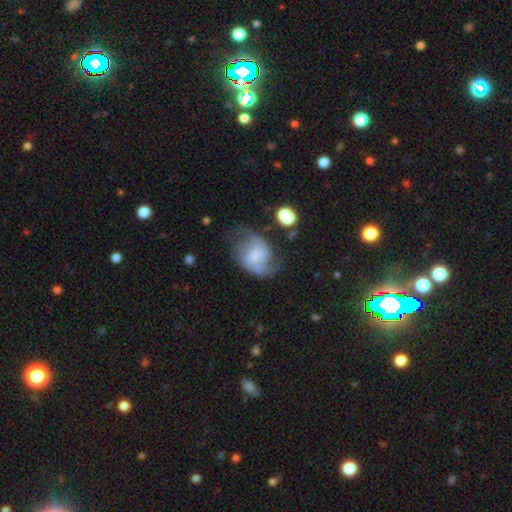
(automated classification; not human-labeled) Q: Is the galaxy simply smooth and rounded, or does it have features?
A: featured or disk — 60%.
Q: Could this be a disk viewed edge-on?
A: no — 98%.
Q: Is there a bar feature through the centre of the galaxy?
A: no — 54%.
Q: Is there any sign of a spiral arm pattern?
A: yes — 83%.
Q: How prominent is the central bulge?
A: none — 36%.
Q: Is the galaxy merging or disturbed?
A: none — 44%.